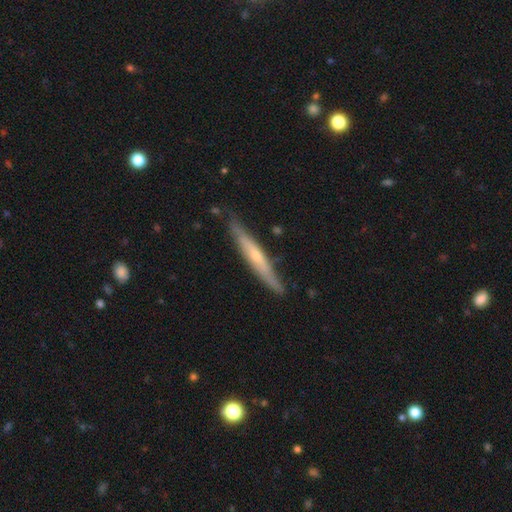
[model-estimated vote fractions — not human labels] Smooth or featured: featured or disk — 61% (smooth — 34%)
Edge-on disk: yes — 90% (no — 10%)
Edge-on bulge: rounded — 61% (none — 34%)
Merging: none — 81% (minor disturbance — 15%)